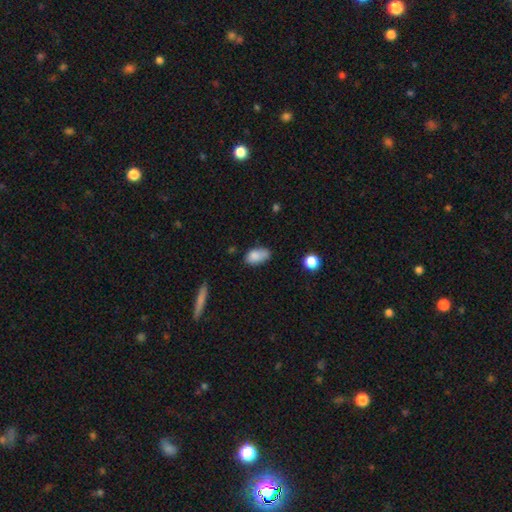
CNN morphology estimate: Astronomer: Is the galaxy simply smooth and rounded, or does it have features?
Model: smooth — 83%.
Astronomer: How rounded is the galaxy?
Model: in between — 92%.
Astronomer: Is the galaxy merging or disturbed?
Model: none — 59%.